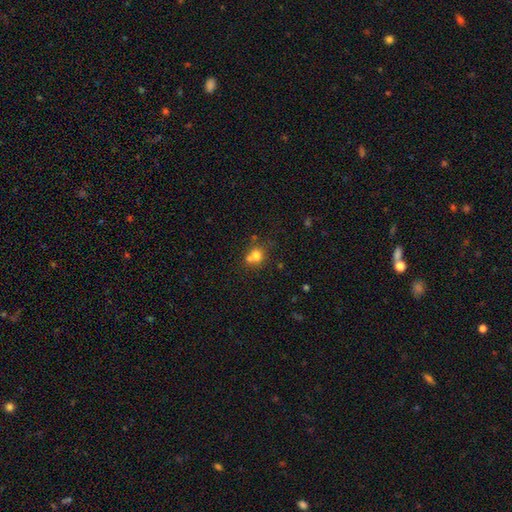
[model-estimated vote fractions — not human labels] The model was most divided on "merging": merger: 46%, none: 41%, minor disturbance: 9%, major disturbance: 4%. More confident: how rounded — round (79%); smooth or featured — smooth (73%).